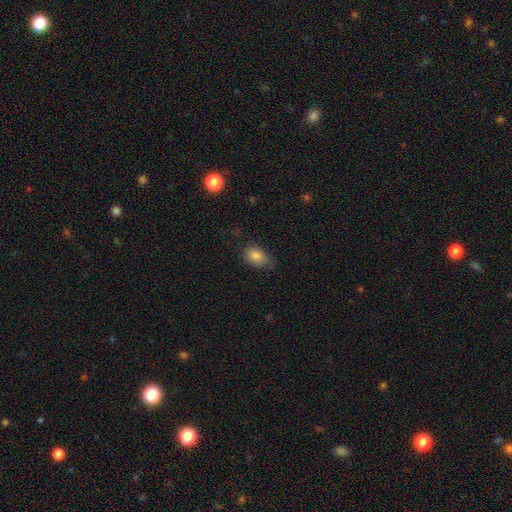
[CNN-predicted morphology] Smooth or featured: smooth — 84% (star or artifact — 9%)
How rounded: in between — 83% (round — 15%)
Merging: none — 64% (minor disturbance — 29%)